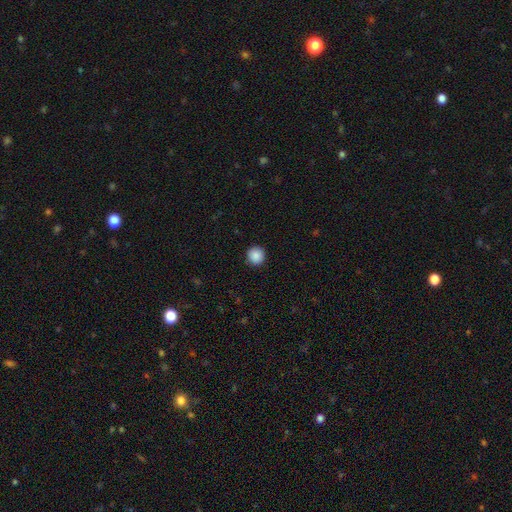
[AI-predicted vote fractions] Smooth or featured? smooth (89%)
How rounded? round (95%)
Merging? none (92%)